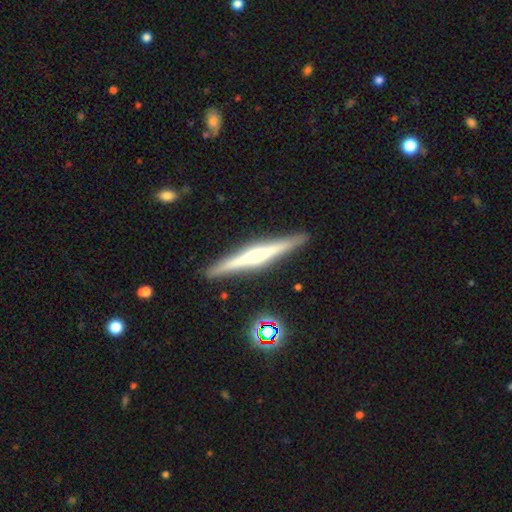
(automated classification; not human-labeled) Smooth or featured? featured or disk (73%)
Edge-on disk? yes (98%)
Edge-on bulge? rounded (79%)
Merging? none (90%)